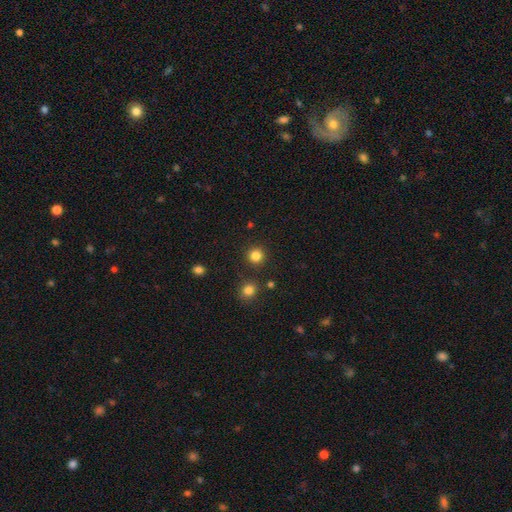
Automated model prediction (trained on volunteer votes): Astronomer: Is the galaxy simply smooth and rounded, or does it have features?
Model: smooth — 83%.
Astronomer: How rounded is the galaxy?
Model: round — 94%.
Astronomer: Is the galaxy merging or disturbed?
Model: none — 90%.